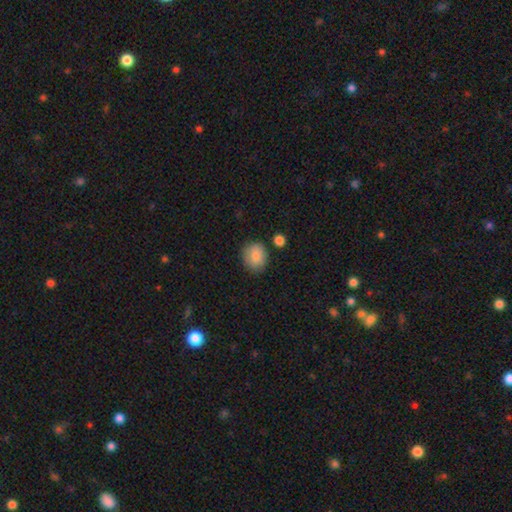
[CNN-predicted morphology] A smooth galaxy with no disk features (84%) that is round (68%).

Vote fractions:
- Smooth or featured? smooth: 84% / star or artifact: 8% / featured or disk: 8%
- How rounded? round: 68% / in between: 31% / cigar-shaped: 1%
- Merging? none: 77% / minor disturbance: 15% / merger: 5% / major disturbance: 3%